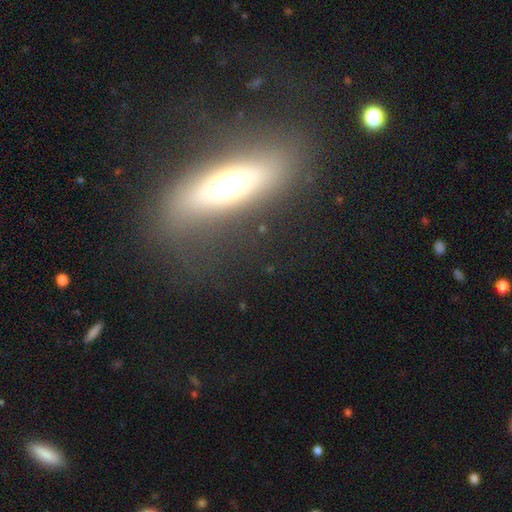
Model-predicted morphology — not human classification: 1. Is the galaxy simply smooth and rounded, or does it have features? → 51% featured or disk, 38% smooth, 11% star or artifact.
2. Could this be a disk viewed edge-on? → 51% no, 49% yes.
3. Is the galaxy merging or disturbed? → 72% none, 15% minor disturbance, 11% major disturbance, 2% merger.